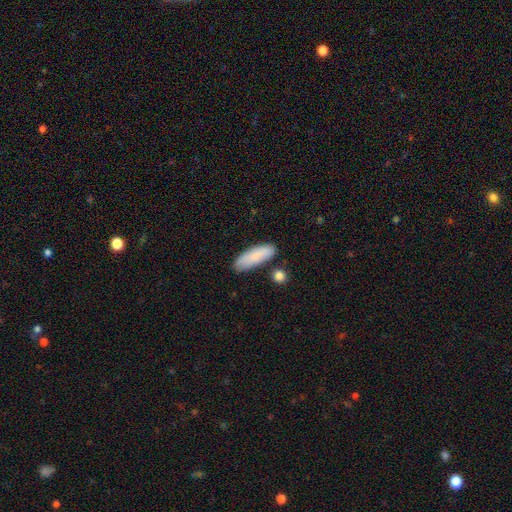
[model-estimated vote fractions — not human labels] Smooth or featured?
  - smooth: 81% *
  - featured or disk: 13%
  - star or artifact: 6%
How rounded?
  - in between: 60% *
  - cigar-shaped: 38%
  - round: 2%
Merging?
  - none: 74% *
  - minor disturbance: 17%
  - merger: 6%
  - major disturbance: 3%